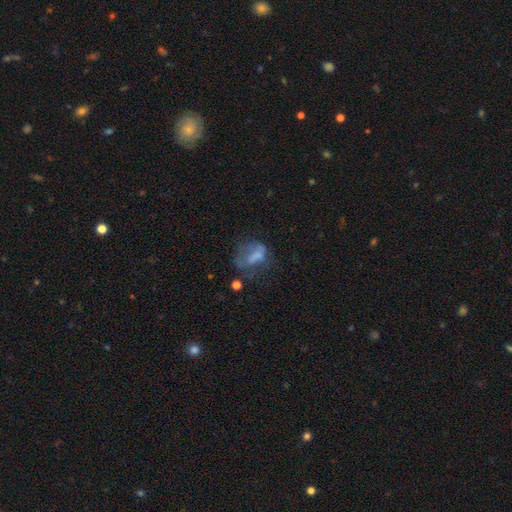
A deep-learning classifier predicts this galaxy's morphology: Smooth or featured?
  - featured or disk: 44% *
  - smooth: 37%
  - star or artifact: 19%
Merging?
  - none: 41% *
  - major disturbance: 31%
  - minor disturbance: 21%
  - merger: 7%